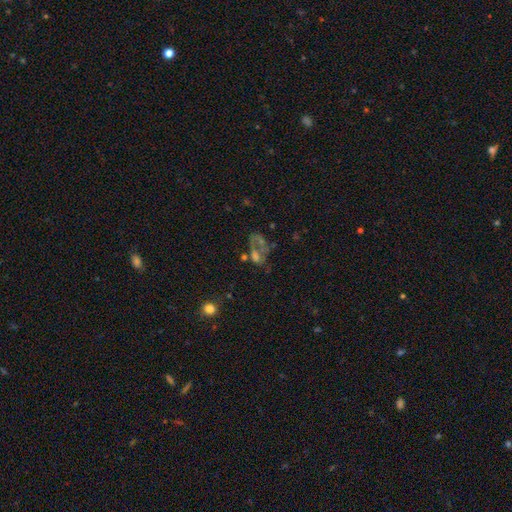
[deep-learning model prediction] Overall: featured or disk (46%; star or artifact 28%). Merging: major disturbance (29%, tied with merger and none).